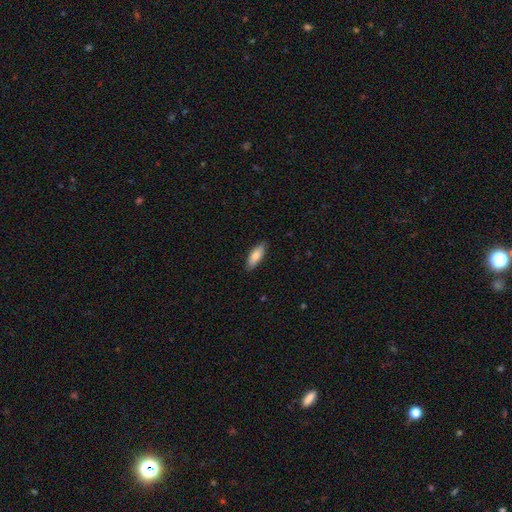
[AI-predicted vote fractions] A smooth galaxy with no disk features (82%) that is in between round and cigar-shaped (69%).

Vote fractions:
- Smooth or featured? smooth: 82% / featured or disk: 12% / star or artifact: 6%
- How rounded? in between: 69% / cigar-shaped: 29% / round: 2%
- Merging? none: 87% / minor disturbance: 10% / major disturbance: 2% / merger: 1%